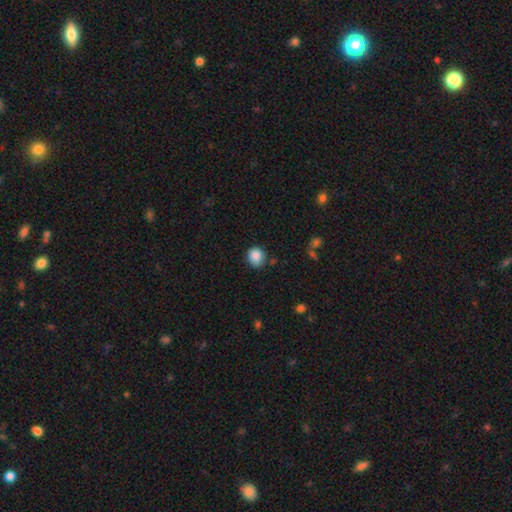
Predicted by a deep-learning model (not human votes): Q: Smooth or featured?
A: smooth (86%); runner-up: star or artifact (9%)
Q: How rounded?
A: round (83%); runner-up: in between (16%)
Q: Merging?
A: none (74%); runner-up: minor disturbance (19%)